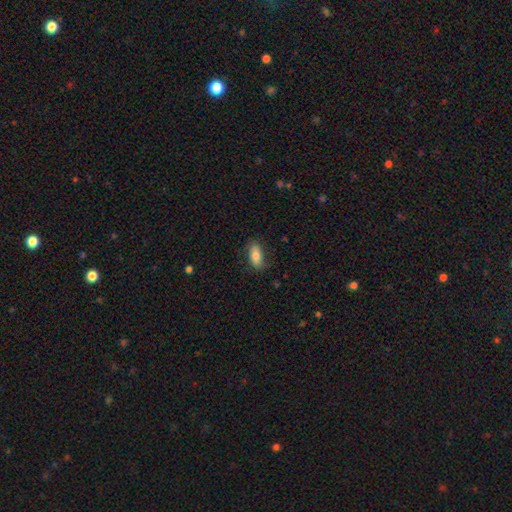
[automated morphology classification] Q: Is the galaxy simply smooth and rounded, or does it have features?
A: smooth — 75%.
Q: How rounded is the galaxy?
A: in between — 85%.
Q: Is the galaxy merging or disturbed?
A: none — 79%.